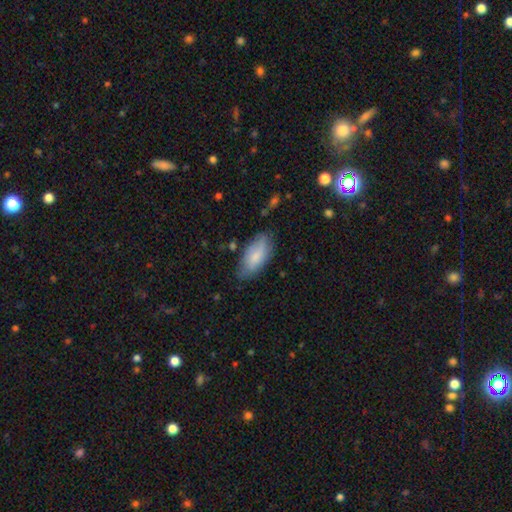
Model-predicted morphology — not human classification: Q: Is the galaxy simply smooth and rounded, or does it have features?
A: smooth — 78%.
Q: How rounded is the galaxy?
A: in between — 88%.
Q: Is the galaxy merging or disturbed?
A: none — 73%.